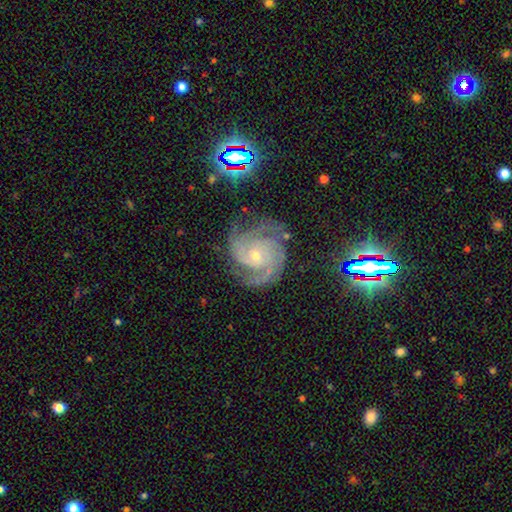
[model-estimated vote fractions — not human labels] Smooth or featured? featured or disk (90%)
Edge-on disk? no (98%)
Bar? no (74%)
Spiral arms? yes (98%)
Spiral winding? tight (54%)
Spiral arm count? 3 (40%)
Bulge size? small (74%)
Merging? none (71%)